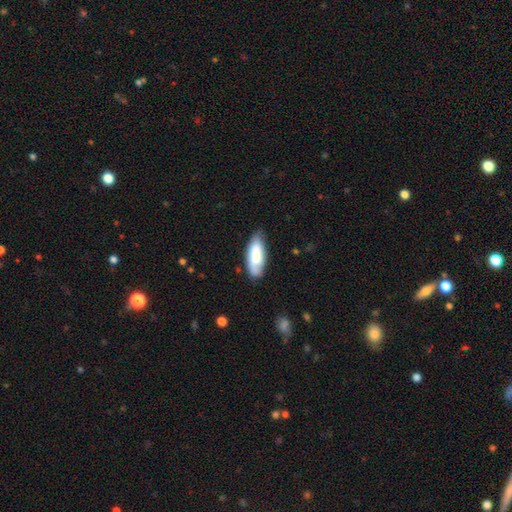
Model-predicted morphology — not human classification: Q: Smooth or featured?
A: smooth (78%); runner-up: featured or disk (16%)
Q: How rounded?
A: in between (76%); runner-up: cigar-shaped (23%)
Q: Merging?
A: none (68%); runner-up: minor disturbance (25%)